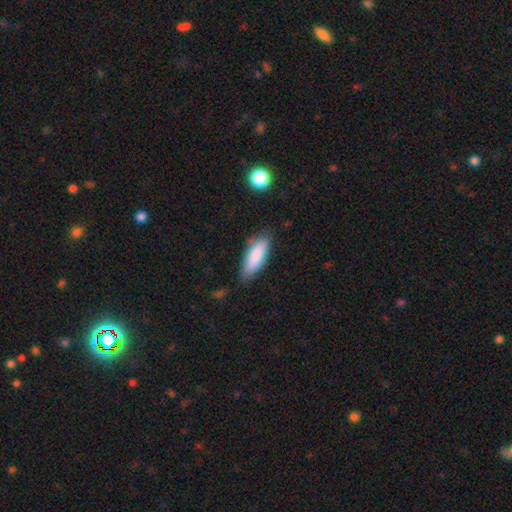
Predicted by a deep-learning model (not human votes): A smooth galaxy with no disk features (86%) that is in between round and cigar-shaped (64%). Merging: none (75%).